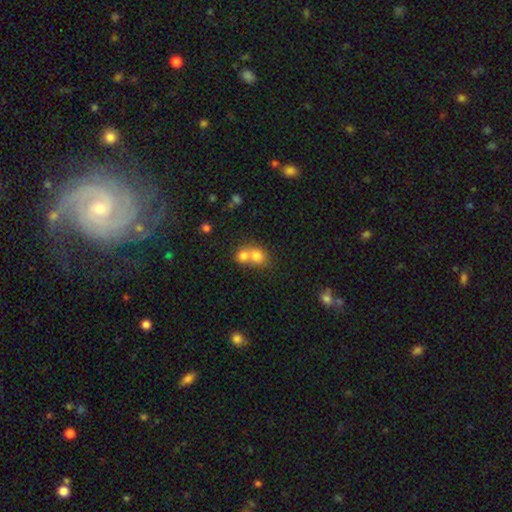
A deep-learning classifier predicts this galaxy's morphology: A smooth galaxy with no disk features (76%) that is round (70%). Merging: merger (67%).